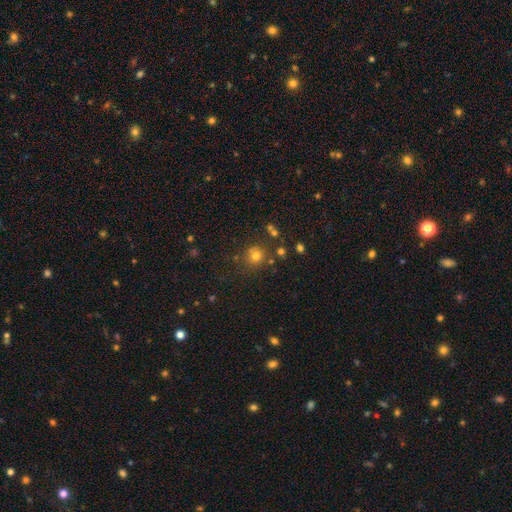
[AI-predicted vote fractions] This appears to be a smooth galaxy with no disk features (74%) that is round (90%). Merging: none (75%).